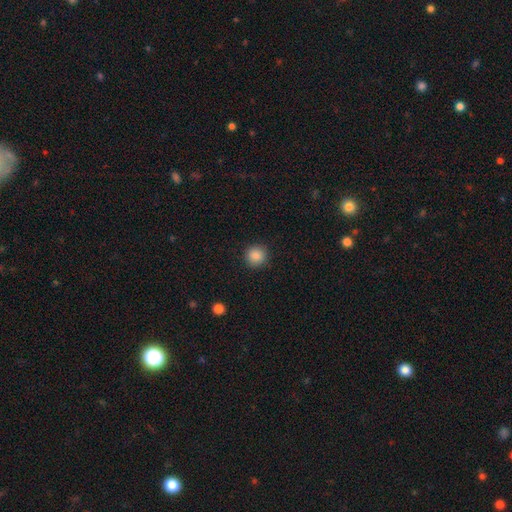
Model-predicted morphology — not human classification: smooth 88%, star or artifact 9%, featured or disk 3%. Down the decision tree: how rounded — round (94%); merging — none (91%).